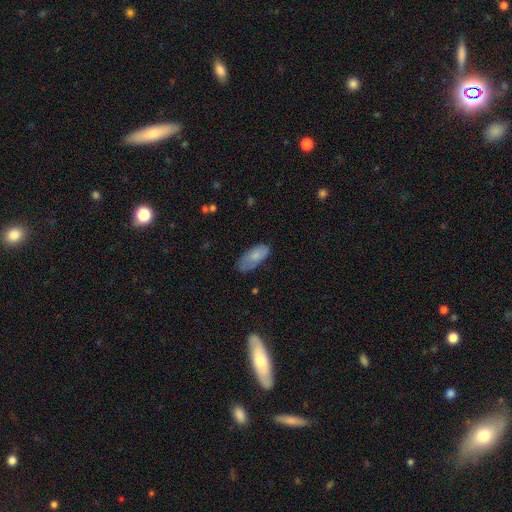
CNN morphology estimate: This is likely a smooth galaxy (78%). How rounded: clearly in between (87%). Merging: possibly none (55%).